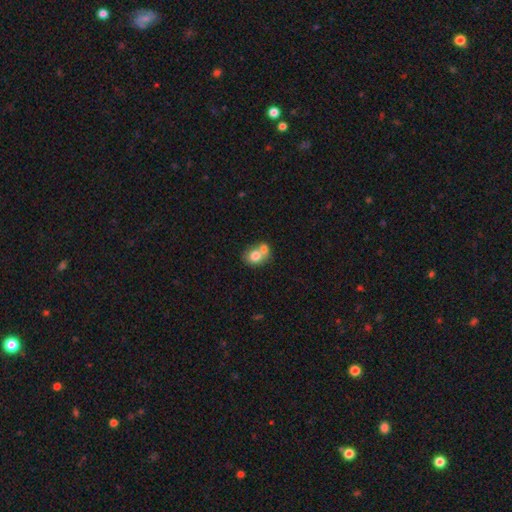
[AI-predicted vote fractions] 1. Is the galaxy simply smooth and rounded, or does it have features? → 76% smooth, 16% featured or disk, 9% star or artifact.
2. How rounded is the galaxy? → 57% round, 43% in between, 1% cigar-shaped.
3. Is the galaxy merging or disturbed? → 59% merger, 30% none, 8% minor disturbance, 3% major disturbance.